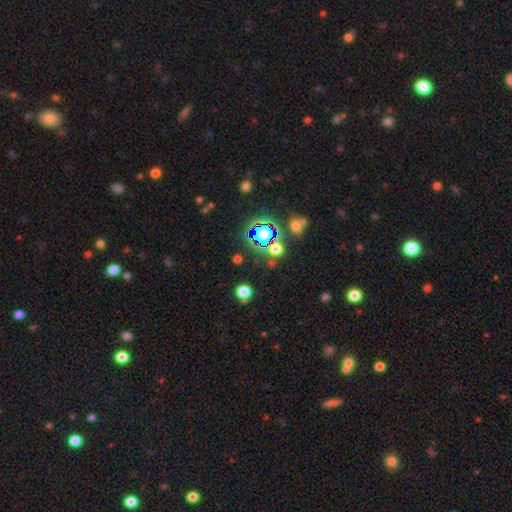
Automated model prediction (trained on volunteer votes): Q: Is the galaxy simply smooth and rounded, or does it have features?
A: star or artifact — 77%.